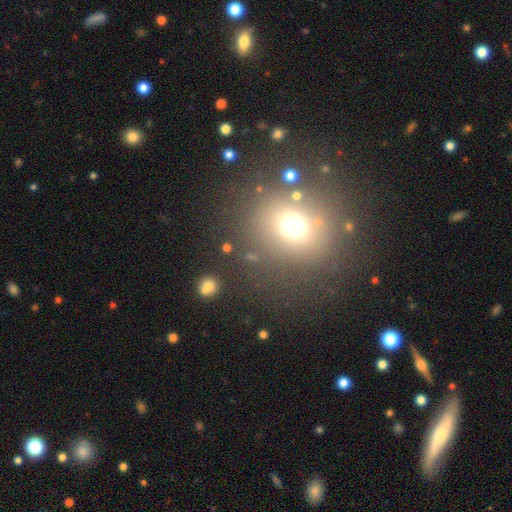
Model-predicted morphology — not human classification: This appears to be a smooth galaxy with no disk features (63%) that is round (80%). Merging: none (80%).